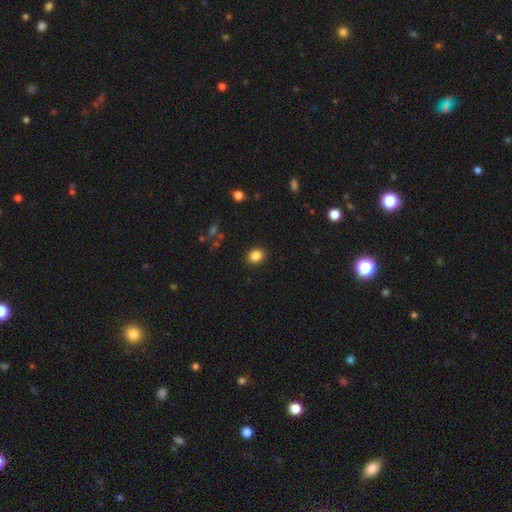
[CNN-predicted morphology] smooth_or_featured: smooth (p=0.85) [alt: star or artifact p=0.10]
how_rounded: round (p=0.68) [alt: in between p=0.31]
merging: none (p=0.91) [alt: minor disturbance p=0.06]